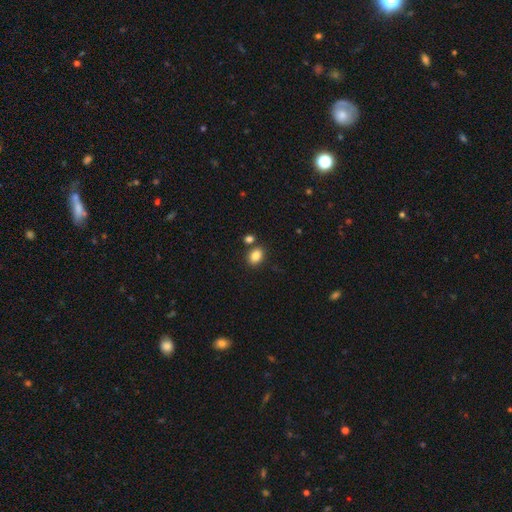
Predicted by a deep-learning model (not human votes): smooth-or-featured: smooth: 85% | star or artifact: 10% | featured or disk: 5%
  how-rounded: in between: 70% | round: 29% | cigar-shaped: 1%
  merging: none: 76% | merger: 11% | minor disturbance: 10% | major disturbance: 3%